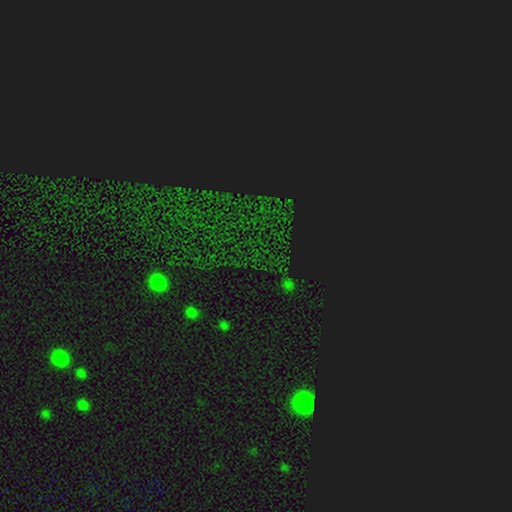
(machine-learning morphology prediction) star or artifact 80%, smooth 13%, featured or disk 7%.